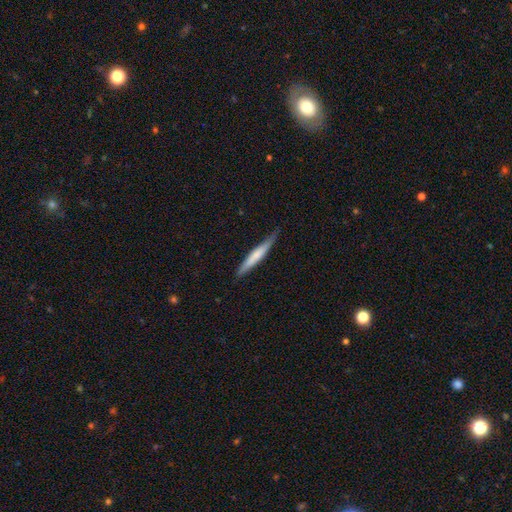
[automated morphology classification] Q: Smooth or featured?
A: smooth (58%); runner-up: featured or disk (37%)
Q: How rounded?
A: cigar-shaped (95%); runner-up: in between (4%)
Q: Merging?
A: none (81%); runner-up: minor disturbance (15%)